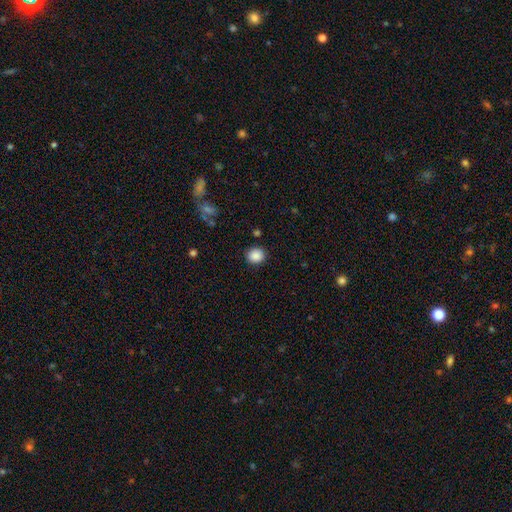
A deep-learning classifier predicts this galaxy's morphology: A smooth galaxy with no disk features (87%) that is round (82%).

Vote fractions:
- Smooth or featured? smooth: 87% / star or artifact: 9% / featured or disk: 3%
- How rounded? round: 82% / in between: 17% / cigar-shaped: 1%
- Merging? none: 88% / minor disturbance: 8% / major disturbance: 3% / merger: 2%